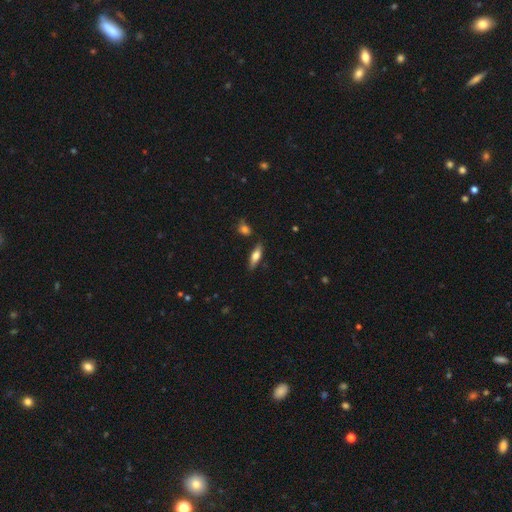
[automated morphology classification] A smooth galaxy with no disk features (62%) that is in between round and cigar-shaped (52%).

Vote fractions:
- Smooth or featured? smooth: 62% / featured or disk: 31% / star or artifact: 7%
- How rounded? in between: 52% / cigar-shaped: 45% / round: 3%
- Merging? none: 80% / minor disturbance: 13% / merger: 4% / major disturbance: 3%